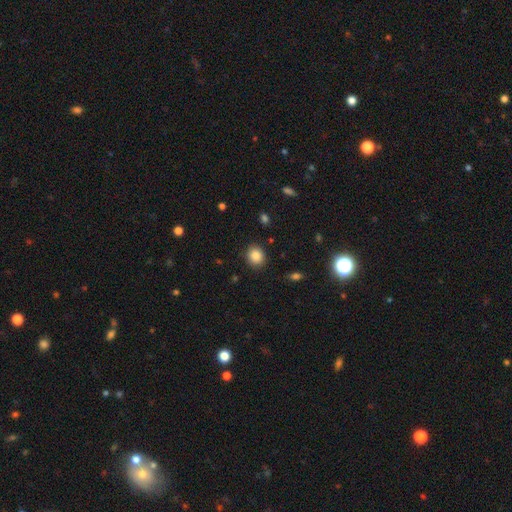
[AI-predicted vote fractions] smooth-or-featured: smooth: 86% | star or artifact: 10% | featured or disk: 4%
  how-rounded: round: 76% | in between: 23% | cigar-shaped: 1%
  merging: none: 89% | minor disturbance: 7% | major disturbance: 3% | merger: 1%